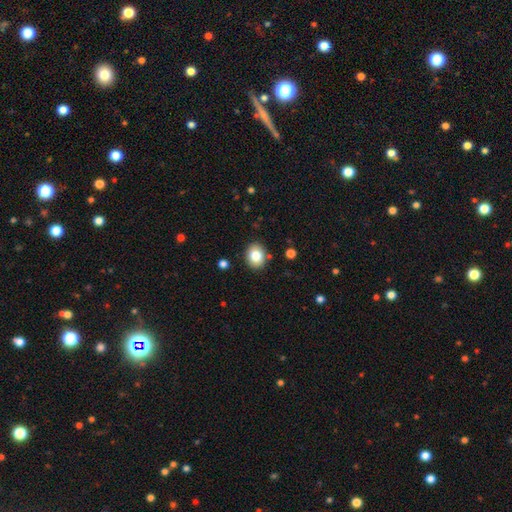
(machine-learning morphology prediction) type=smooth (82%); roundness=round (51%); merging=none (87%).